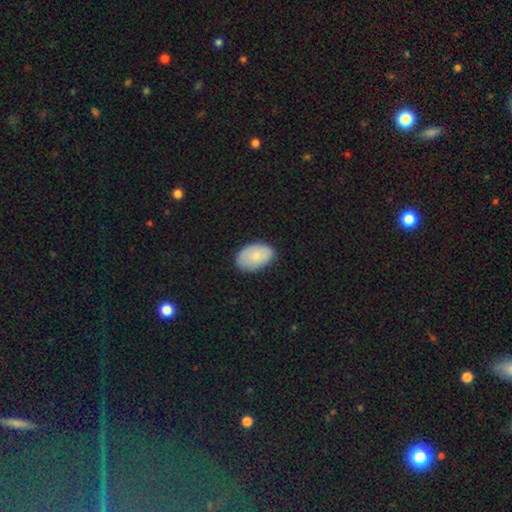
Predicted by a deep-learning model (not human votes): Smooth or featured? smooth (79%)
How rounded? in between (90%)
Merging? none (82%)